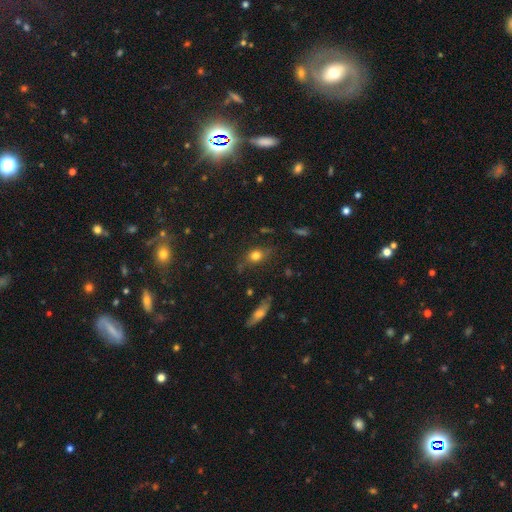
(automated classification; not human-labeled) This appears to be a smooth galaxy with no disk features (76%) that is round (52%). Merging: none (73%).